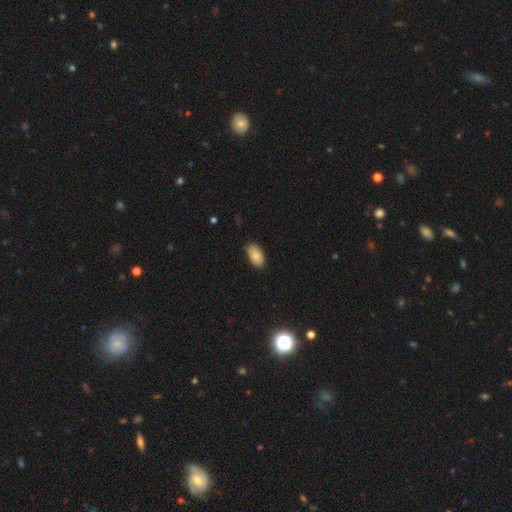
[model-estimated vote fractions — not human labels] A smooth galaxy with no disk features (85%) that is in between round and cigar-shaped (94%).

Vote fractions:
- Smooth or featured? smooth: 85% / featured or disk: 8% / star or artifact: 7%
- How rounded? in between: 94% / round: 4% / cigar-shaped: 2%
- Merging? none: 80% / minor disturbance: 17% / major disturbance: 2% / merger: 1%